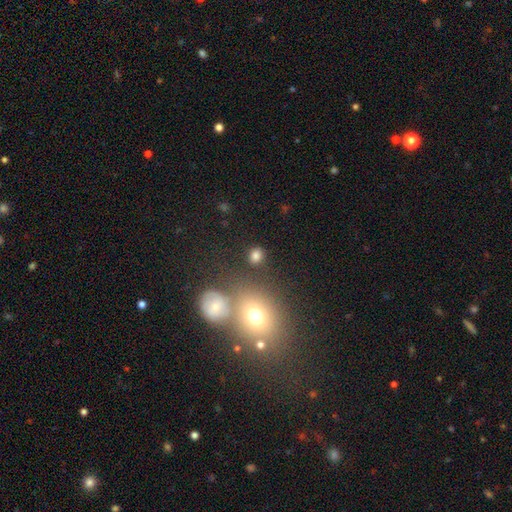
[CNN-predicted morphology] Smooth or featured? smooth (79%)
How rounded? round (68%)
Merging? none (78%)